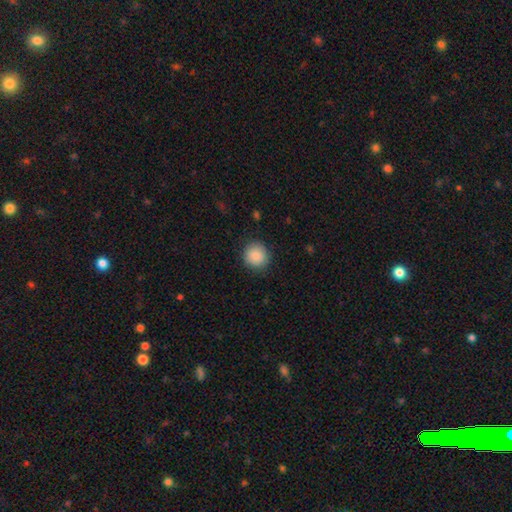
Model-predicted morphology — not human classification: Smooth or featured?
  - smooth: 89% *
  - star or artifact: 8%
  - featured or disk: 3%
How rounded?
  - round: 91% *
  - in between: 8%
  - cigar-shaped: 1%
Merging?
  - none: 88% *
  - minor disturbance: 8%
  - major disturbance: 2%
  - merger: 1%